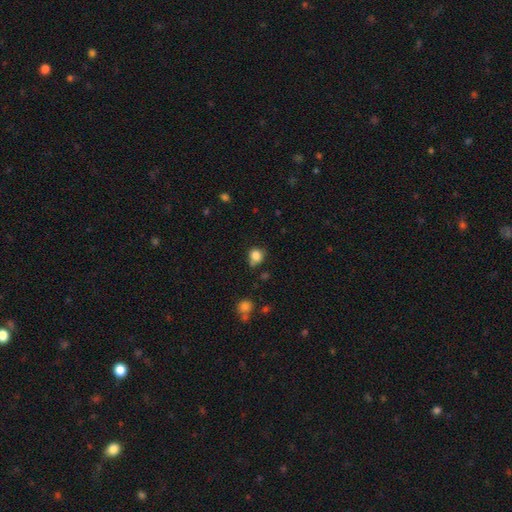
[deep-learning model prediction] Smooth or featured: smooth — 83% (star or artifact — 11%)
How rounded: round — 75% (in between — 24%)
Merging: none — 58% (minor disturbance — 28%)